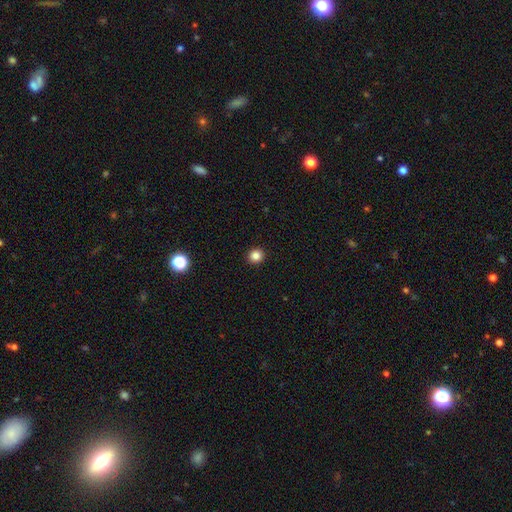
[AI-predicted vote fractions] Q: Smooth or featured?
A: smooth (84%); runner-up: star or artifact (12%)
Q: How rounded?
A: round (90%); runner-up: in between (9%)
Q: Merging?
A: none (93%); runner-up: minor disturbance (4%)